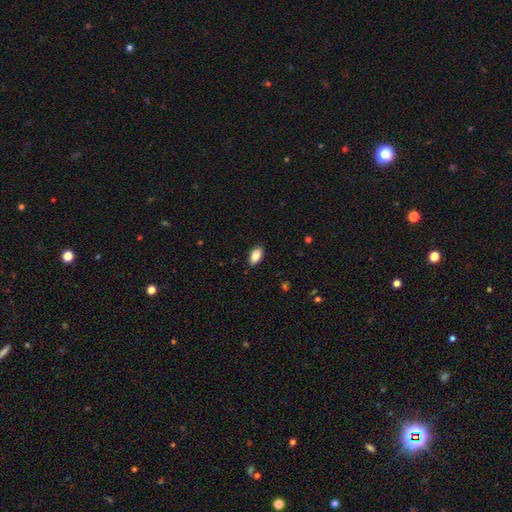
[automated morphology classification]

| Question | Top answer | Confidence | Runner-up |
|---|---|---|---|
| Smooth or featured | smooth | 85% | featured or disk (8%) |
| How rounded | in between | 93% | round (4%) |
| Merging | none | 89% | minor disturbance (8%) |